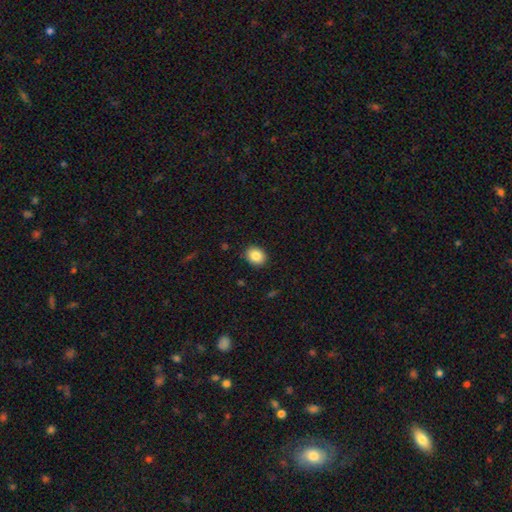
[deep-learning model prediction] Smooth or featured: smooth — 86% (star or artifact — 9%)
How rounded: round — 53% (in between — 46%)
Merging: none — 89% (minor disturbance — 8%)